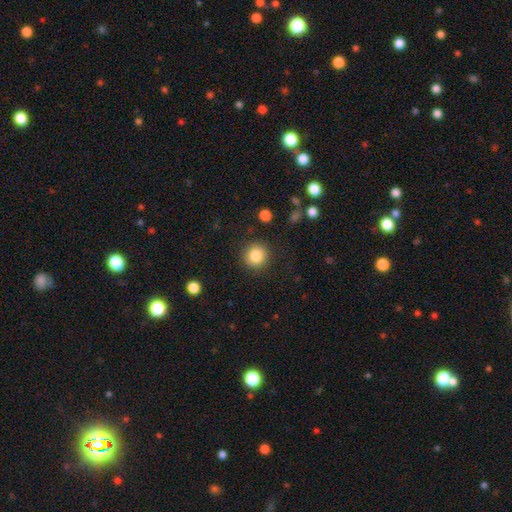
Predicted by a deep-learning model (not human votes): Smooth or featured?
  - smooth: 85% *
  - star or artifact: 9%
  - featured or disk: 5%
How rounded?
  - round: 93% *
  - in between: 6%
  - cigar-shaped: 1%
Merging?
  - none: 89% *
  - minor disturbance: 7%
  - major disturbance: 3%
  - merger: 1%